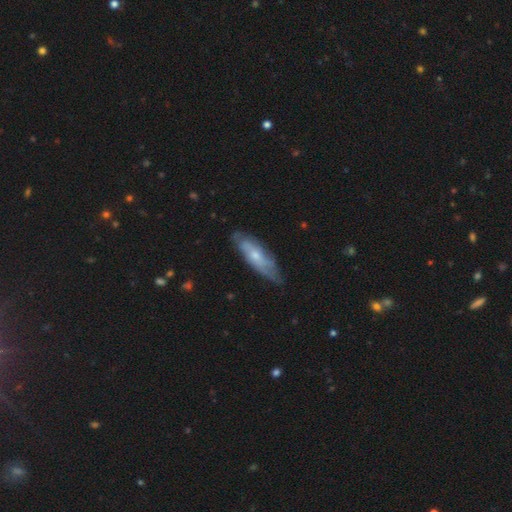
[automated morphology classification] Smooth or featured: featured or disk — 53% (smooth — 42%)
Edge-on disk: no — 66% (yes — 34%)
Merging: none — 70% (minor disturbance — 24%)